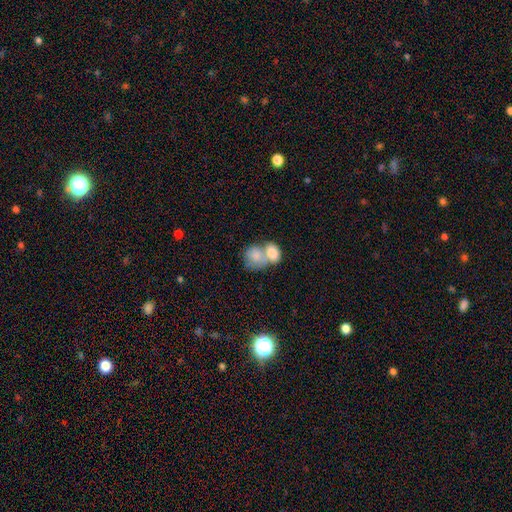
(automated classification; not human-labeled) Q: Smooth or featured?
A: smooth (76%); runner-up: featured or disk (17%)
Q: How rounded?
A: in between (57%); runner-up: round (41%)
Q: Merging?
A: merger (73%); runner-up: none (16%)